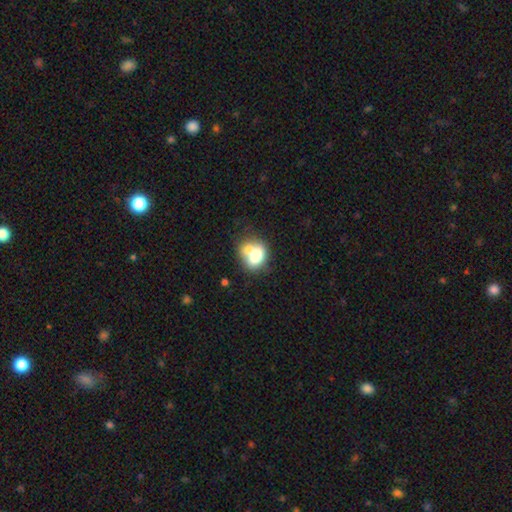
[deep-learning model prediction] Smooth or featured: smooth — 70% (featured or disk — 21%)
How rounded: in between — 55% (round — 44%)
Merging: merger — 50% (none — 31%)